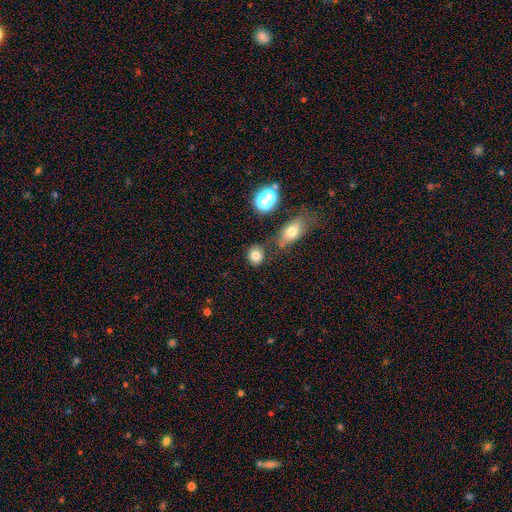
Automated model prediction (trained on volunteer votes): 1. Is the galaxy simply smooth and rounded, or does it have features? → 80% smooth, 13% star or artifact, 7% featured or disk.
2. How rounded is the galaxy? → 72% round, 27% in between, 2% cigar-shaped.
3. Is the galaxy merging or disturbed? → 75% none, 12% minor disturbance, 8% merger, 4% major disturbance.